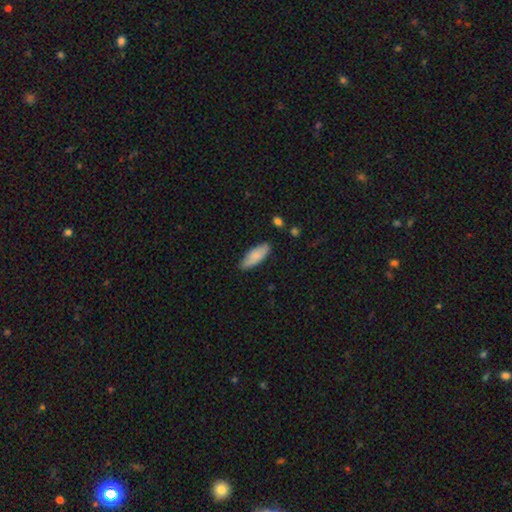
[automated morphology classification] A smooth galaxy with no disk features (85%) that is in between round and cigar-shaped (69%).

Vote fractions:
- Smooth or featured? smooth: 85% / featured or disk: 10% / star or artifact: 6%
- How rounded? in between: 69% / cigar-shaped: 30% / round: 2%
- Merging? none: 83% / minor disturbance: 13% / major disturbance: 2% / merger: 1%